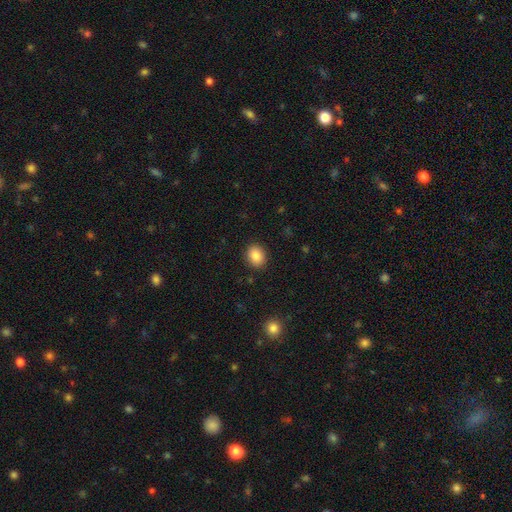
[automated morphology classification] type=smooth (87%); roundness=round (53%); merging=none (90%).